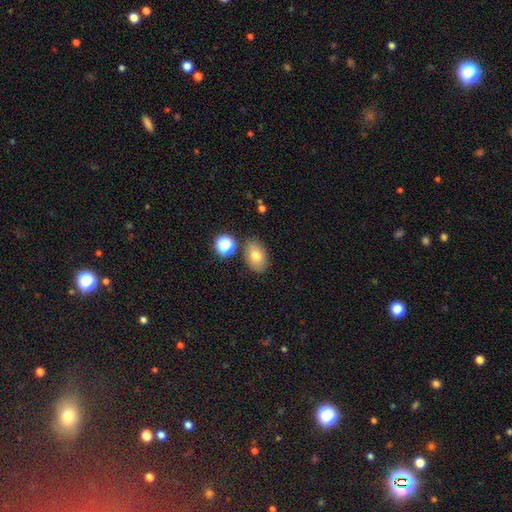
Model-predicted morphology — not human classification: Q: Smooth or featured?
A: smooth (76%); runner-up: featured or disk (13%)
Q: How rounded?
A: in between (84%); runner-up: round (15%)
Q: Merging?
A: none (79%); runner-up: minor disturbance (12%)